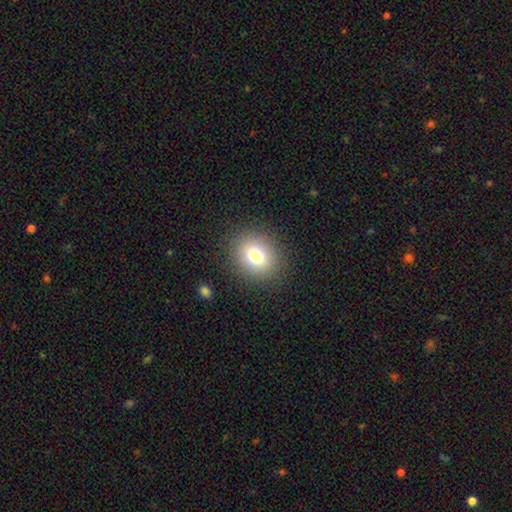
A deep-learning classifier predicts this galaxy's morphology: Smooth or featured? Predicted: smooth (p=0.77). How rounded? Predicted: round (p=0.60). Merging? Predicted: none (p=0.87).